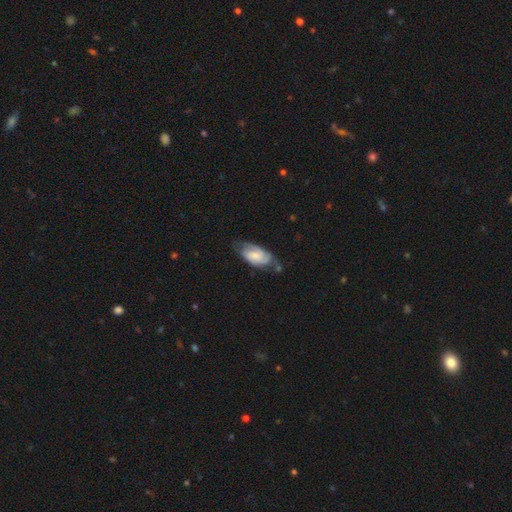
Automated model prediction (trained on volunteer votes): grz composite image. It shows a featured or disk galaxy (49%). Merging: none (47%).